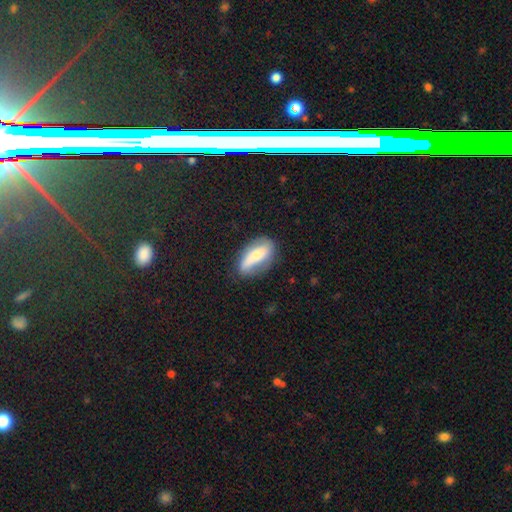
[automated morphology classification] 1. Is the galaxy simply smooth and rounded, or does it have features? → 56% smooth, 37% featured or disk, 7% star or artifact.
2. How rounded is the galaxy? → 72% in between, 24% cigar-shaped, 4% round.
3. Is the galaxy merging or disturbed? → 68% none, 22% minor disturbance, 7% major disturbance, 2% merger.